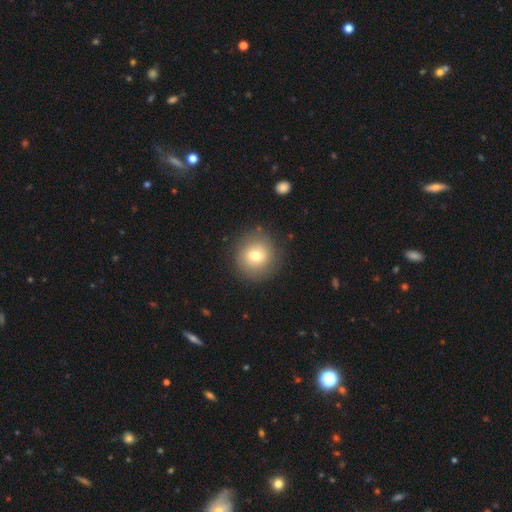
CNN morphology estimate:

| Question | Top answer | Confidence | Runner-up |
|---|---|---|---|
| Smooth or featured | smooth | 72% | featured or disk (18%) |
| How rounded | round | 92% | in between (8%) |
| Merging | none | 86% | minor disturbance (9%) |